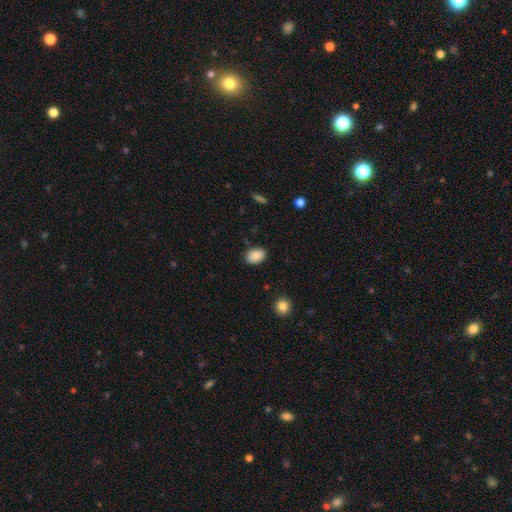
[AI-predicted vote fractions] smooth_or_featured: smooth (p=0.88) [alt: star or artifact p=0.08]
how_rounded: in between (p=0.79) [alt: round p=0.20]
merging: none (p=0.84) [alt: minor disturbance p=0.12]